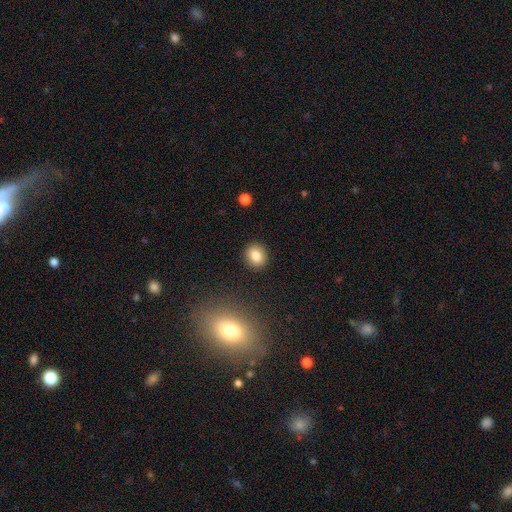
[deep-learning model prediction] Q: Smooth or featured?
A: smooth (83%); runner-up: star or artifact (10%)
Q: How rounded?
A: round (75%); runner-up: in between (24%)
Q: Merging?
A: none (90%); runner-up: minor disturbance (6%)